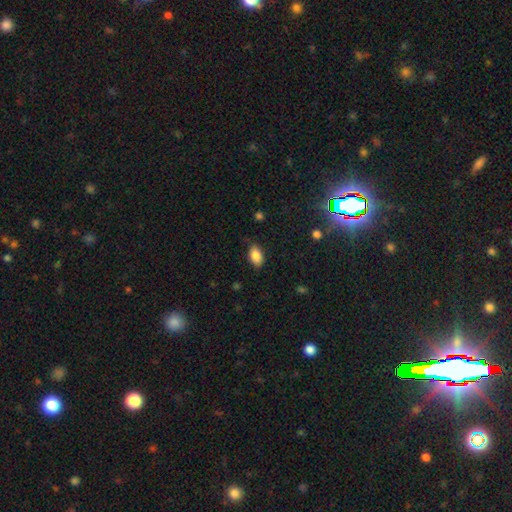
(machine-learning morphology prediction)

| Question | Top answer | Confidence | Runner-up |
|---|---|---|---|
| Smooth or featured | smooth | 86% | star or artifact (8%) |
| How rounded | in between | 91% | round (7%) |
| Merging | none | 81% | minor disturbance (15%) |